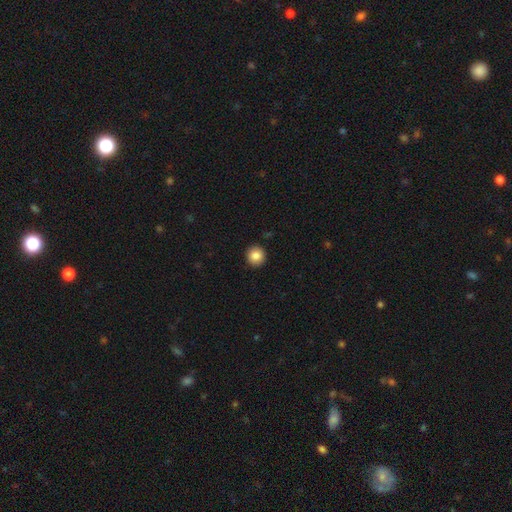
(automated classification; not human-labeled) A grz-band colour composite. It shows a smooth galaxy with no disk features (86%) that is round (94%). Merging: none (93%).